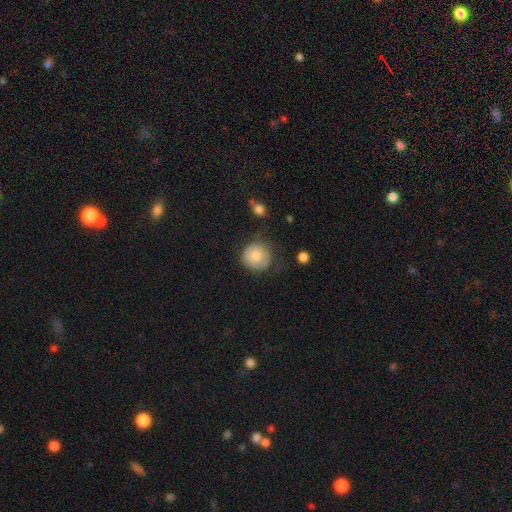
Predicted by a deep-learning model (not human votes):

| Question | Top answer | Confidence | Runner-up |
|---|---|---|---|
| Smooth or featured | smooth | 80% | featured or disk (13%) |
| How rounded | round | 90% | in between (9%) |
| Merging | none | 63% | minor disturbance (25%) |